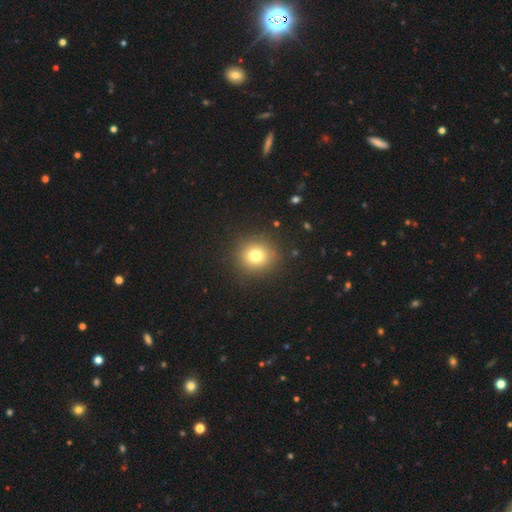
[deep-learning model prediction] Q: Smooth or featured?
A: smooth (77%); runner-up: star or artifact (14%)
Q: How rounded?
A: round (90%); runner-up: in between (10%)
Q: Merging?
A: none (90%); runner-up: minor disturbance (6%)